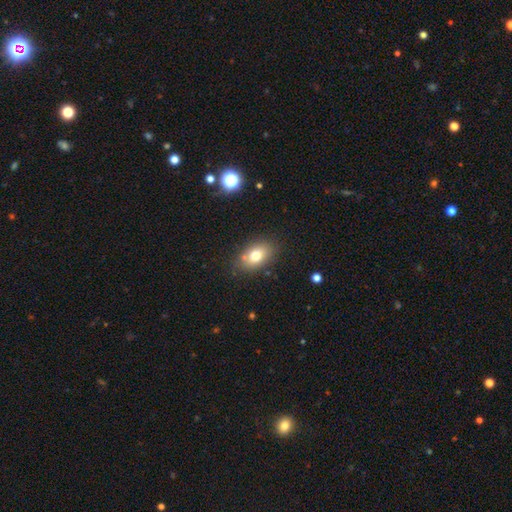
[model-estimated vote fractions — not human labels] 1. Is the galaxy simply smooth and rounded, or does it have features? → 75% smooth, 14% featured or disk, 11% star or artifact.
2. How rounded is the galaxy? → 82% in between, 16% round, 2% cigar-shaped.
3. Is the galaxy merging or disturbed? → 80% none, 13% minor disturbance, 4% merger, 4% major disturbance.